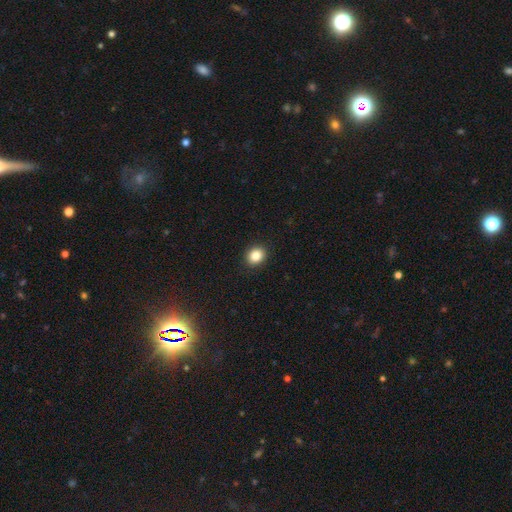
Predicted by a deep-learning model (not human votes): The model was most divided on "how rounded": round: 60%, in between: 39%, cigar-shaped: 1%. More confident: merging — none (91%); smooth or featured — smooth (85%).